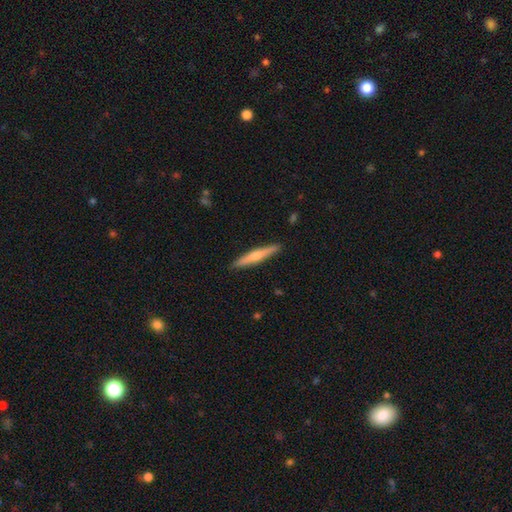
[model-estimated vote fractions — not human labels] smooth-or-featured: smooth: 51% | featured or disk: 44% | star or artifact: 5%
  how-rounded: cigar-shaped: 93% | in between: 5% | round: 1%
  merging: none: 91% | minor disturbance: 7% | major disturbance: 1% | merger: 1%